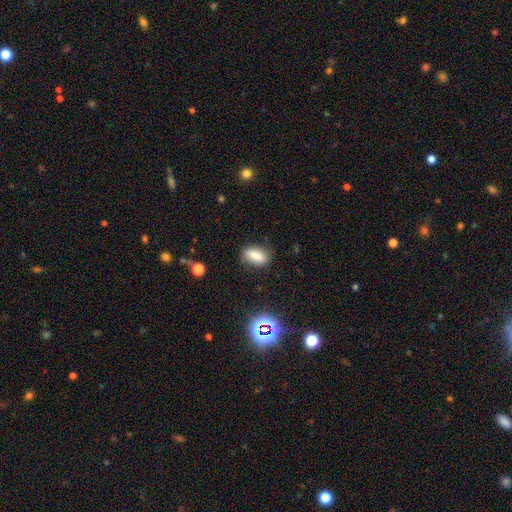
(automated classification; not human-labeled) This is likely a smooth galaxy (78%). How rounded: clearly in between (83%). Merging: likely none (80%).